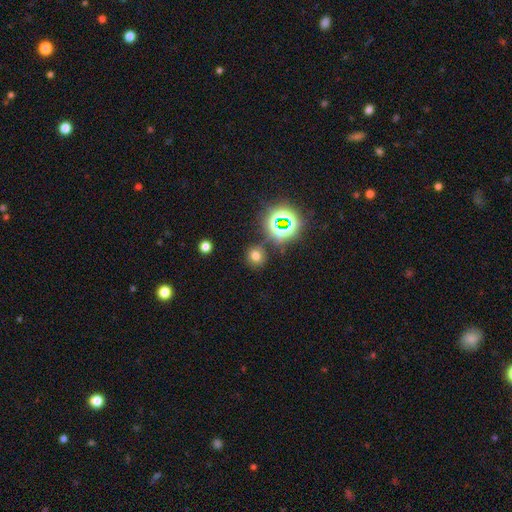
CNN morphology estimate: This appears to be a smooth galaxy with no disk features (63%) that is round (79%). Merging: none (79%).